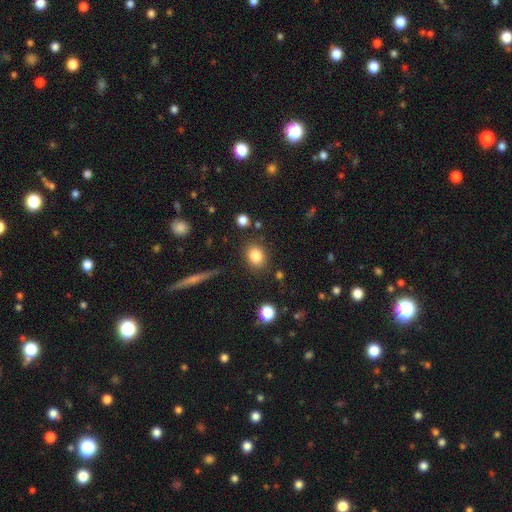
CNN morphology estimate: Smooth or featured?
  - smooth: 84% *
  - star or artifact: 10%
  - featured or disk: 7%
How rounded?
  - round: 54% *
  - in between: 44%
  - cigar-shaped: 2%
Merging?
  - none: 84% *
  - minor disturbance: 10%
  - merger: 4%
  - major disturbance: 3%